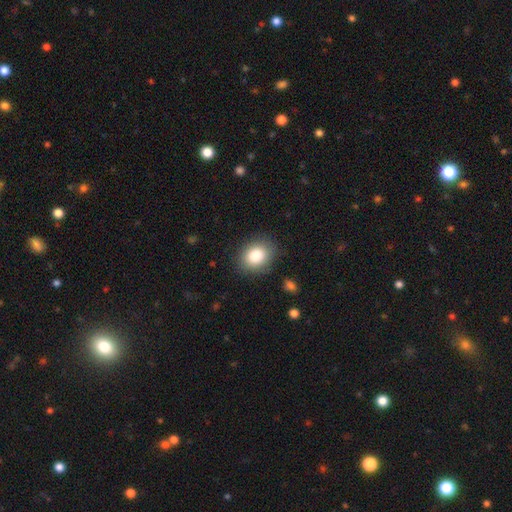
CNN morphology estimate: smooth 86%, star or artifact 8%, featured or disk 6%. Down the decision tree: how rounded — in between (57%); merging — none (84%).